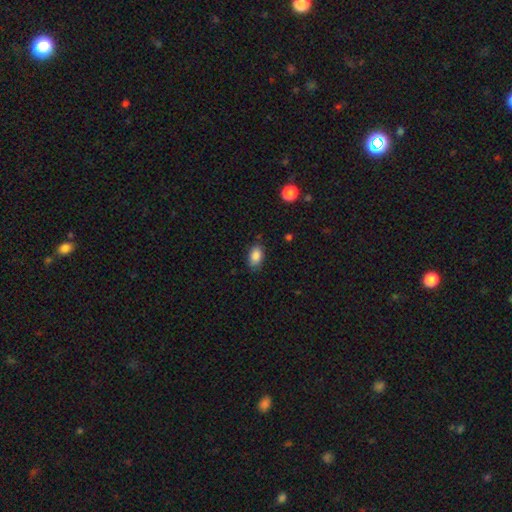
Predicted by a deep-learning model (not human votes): A smooth galaxy with no disk features (87%) that is in between round and cigar-shaped (90%). Merging: none (80%).